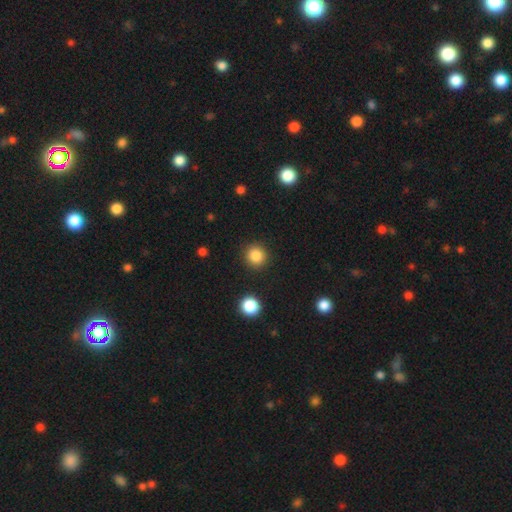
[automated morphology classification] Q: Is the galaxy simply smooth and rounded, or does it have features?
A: smooth — 86%.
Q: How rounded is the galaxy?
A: round — 93%.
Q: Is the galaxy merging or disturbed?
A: none — 91%.